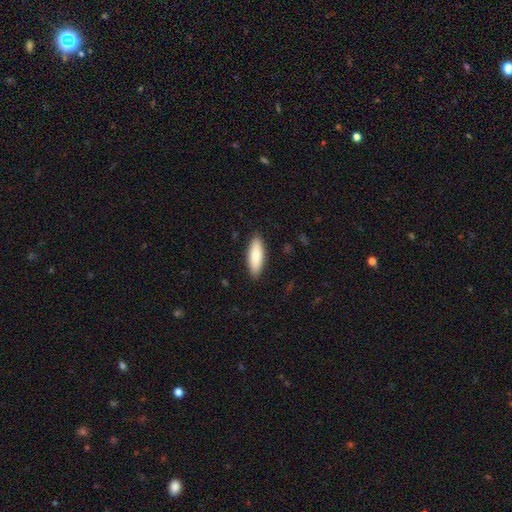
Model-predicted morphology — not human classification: The model was most divided on "how rounded": in between: 58%, cigar-shaped: 40%, round: 2%. More confident: merging — none (89%); smooth or featured — smooth (87%).